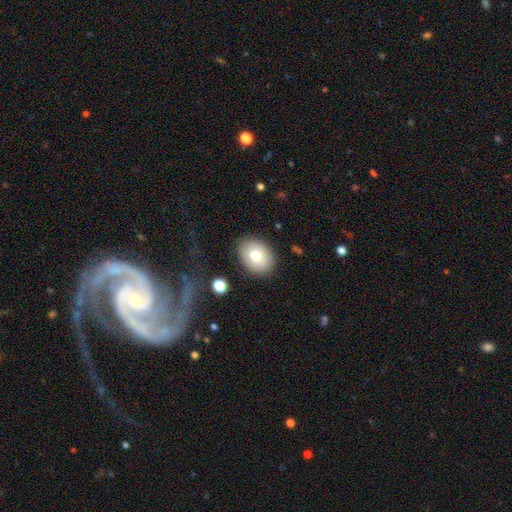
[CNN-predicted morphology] Smooth or featured? Predicted: smooth (p=0.73). How rounded? Predicted: in between (p=0.61). Merging? Predicted: none (p=0.85).